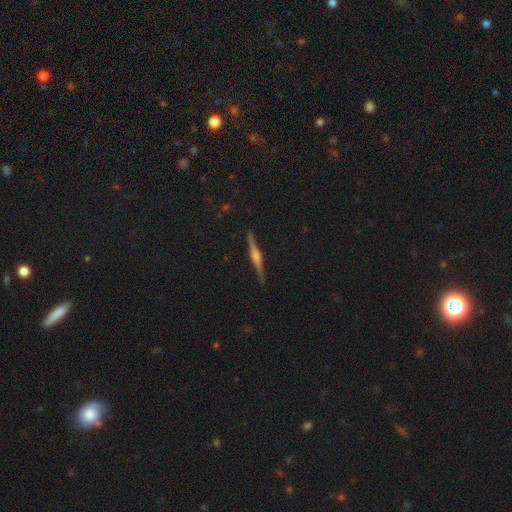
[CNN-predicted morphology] This appears to be a featured or disk galaxy (83%) viewed edge-on (98%) with a rounded central bulge (82%). Merging: none (91%).